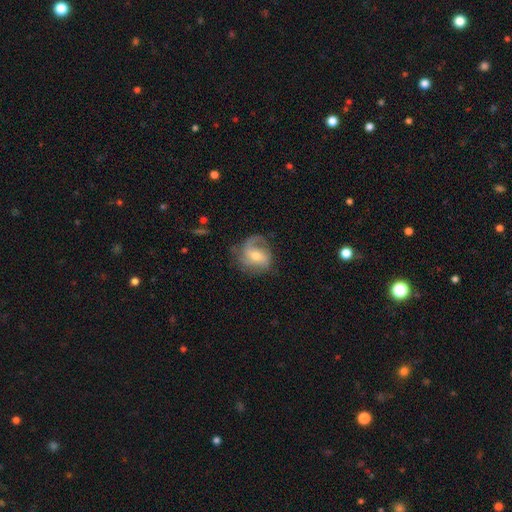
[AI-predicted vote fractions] Smooth or featured? Predicted: featured or disk (p=0.73). Edge-on disk? Predicted: no (p=0.97). Bar? Predicted: weak (p=0.45). Spiral arms? Predicted: yes (p=0.92). Spiral winding? Predicted: medium (p=0.44). Spiral arm count? Predicted: 2 (p=0.46). Bulge size? Predicted: moderate (p=0.62). Merging? Predicted: none (p=0.61).